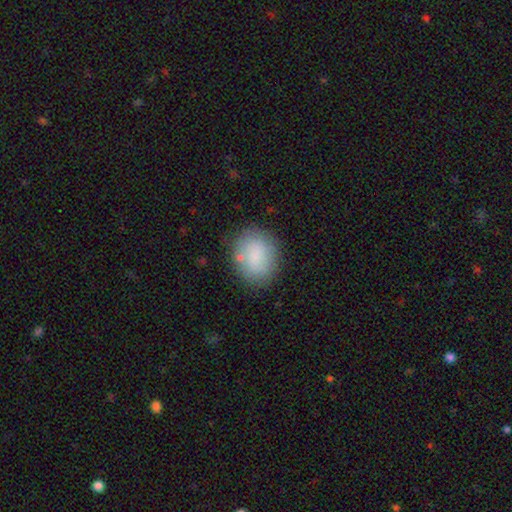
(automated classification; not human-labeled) A smooth galaxy with no disk features (80%) that is in between round and cigar-shaped (51%). Merging: none (75%).